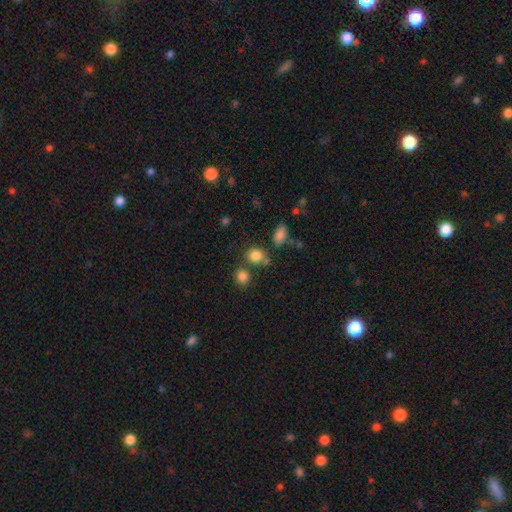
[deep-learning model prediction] Overall: smooth (83%). How rounded: round (75%). Merging: none (67%).